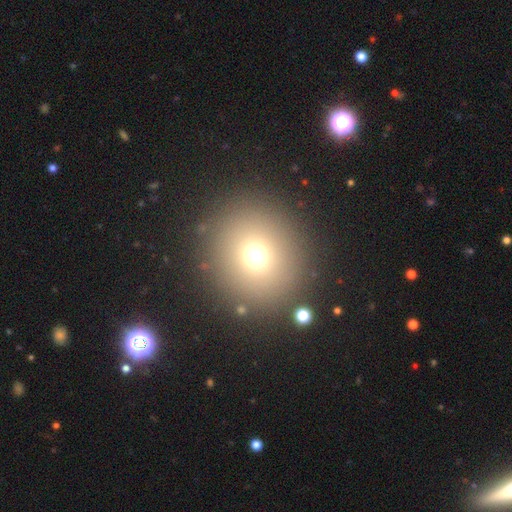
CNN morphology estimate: Q: Smooth or featured?
A: smooth (70%); runner-up: star or artifact (19%)
Q: How rounded?
A: round (89%); runner-up: in between (10%)
Q: Merging?
A: none (87%); runner-up: minor disturbance (6%)